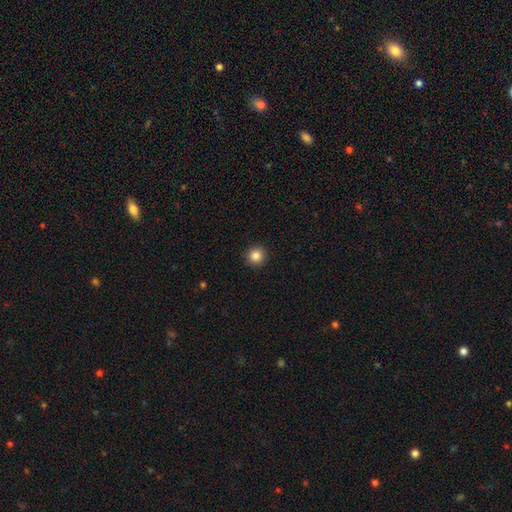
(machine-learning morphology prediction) type=smooth (85%); roundness=round (95%); merging=none (93%).